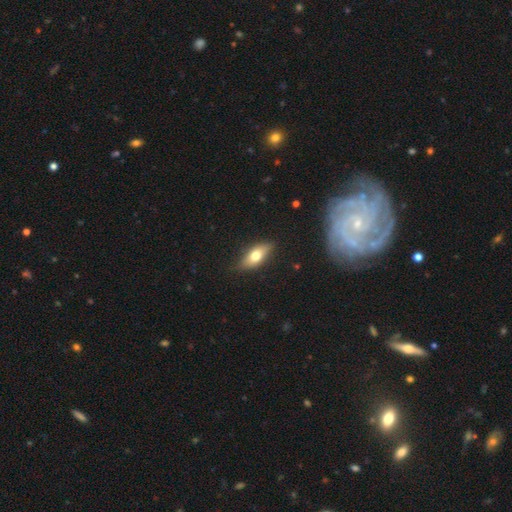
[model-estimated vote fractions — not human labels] This appears to be a smooth galaxy with no disk features (68%) that is in between round and cigar-shaped (78%). Merging: none (82%).